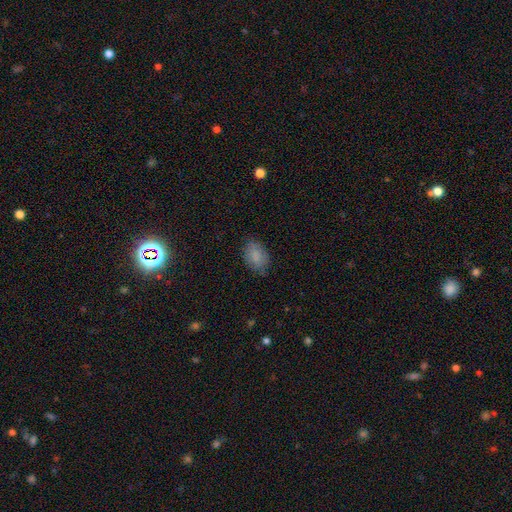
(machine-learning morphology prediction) type=smooth (86%); roundness=in between (84%); merging=none (78%).